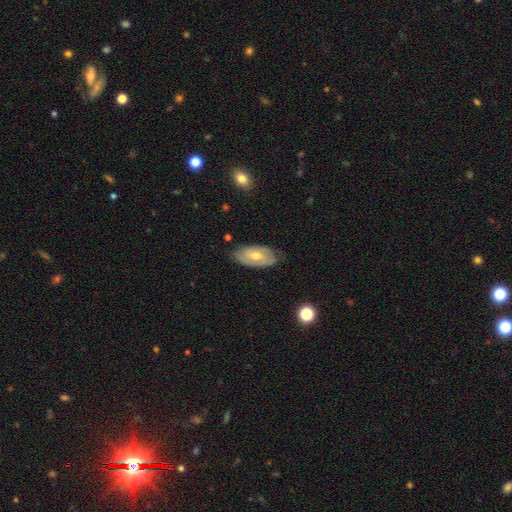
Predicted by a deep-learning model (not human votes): smooth-or-featured: featured or disk: 58% | smooth: 35% | star or artifact: 7%
  disk-edge-on: no: 89% | yes: 11%
    bar: no: 53% | weak: 37% | strong: 10%
    has-spiral-arms: yes: 61% | no: 39%
    bulge-size: moderate: 64% | small: 31% | large: 2% | none: 1% | dominant: 1%
  merging: none: 73% | minor disturbance: 22% | major disturbance: 4% | merger: 1%